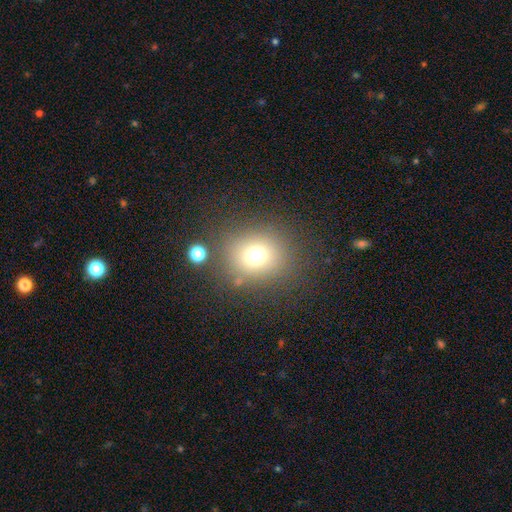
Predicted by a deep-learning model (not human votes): Q: Smooth or featured?
A: smooth (72%); runner-up: star or artifact (17%)
Q: How rounded?
A: round (80%); runner-up: in between (19%)
Q: Merging?
A: none (80%); runner-up: minor disturbance (10%)